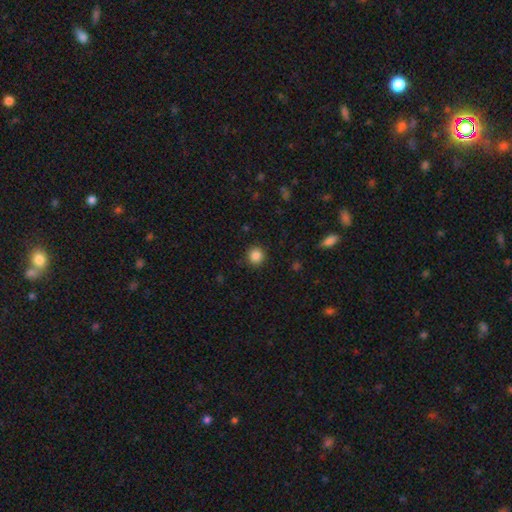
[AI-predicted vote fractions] This appears to be a smooth galaxy with no disk features (86%) that is round (92%). Merging: none (91%).